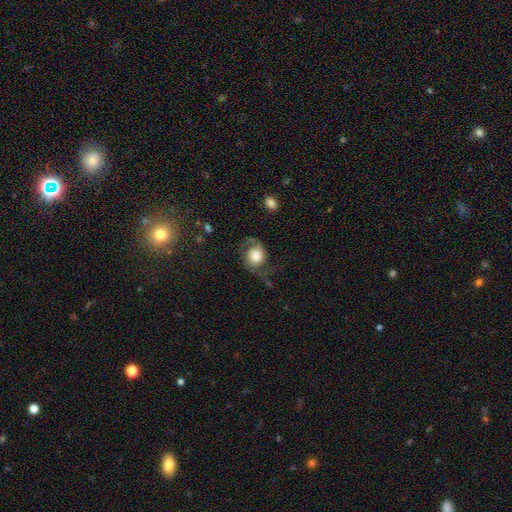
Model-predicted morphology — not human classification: A featured or disk galaxy (65%) with no bar (77%), 2 (86%) loose (57%) spiral arms (91%) and a large central bulge (46%).

Vote fractions:
- Smooth or featured? featured or disk: 65% / smooth: 27% / star or artifact: 8%
- Edge-on disk? no: 97% / yes: 3%
- Bar? no: 77% / weak: 19% / strong: 4%
- Spiral arms? yes: 91% / no: 9%
- Spiral winding? loose: 57% / medium: 33% / tight: 9%
- Spiral arm count? 2: 86% / 1: 8% / can't tell: 2% / 3: 1% / 4: 1% / more than 4: 1%
- Bulge size? large: 46% / moderate: 32% / dominant: 14% / small: 6% / none: 2%
- Merging? none: 56% / major disturbance: 22% / minor disturbance: 20% / merger: 2%